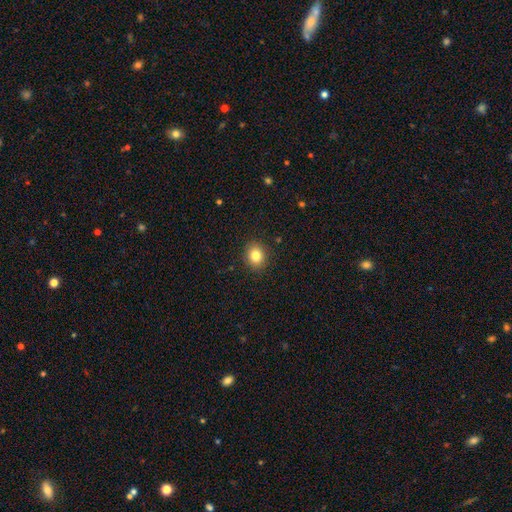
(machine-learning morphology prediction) This appears to be a smooth galaxy with no disk features (82%) that is round (66%). Merging: none (90%).